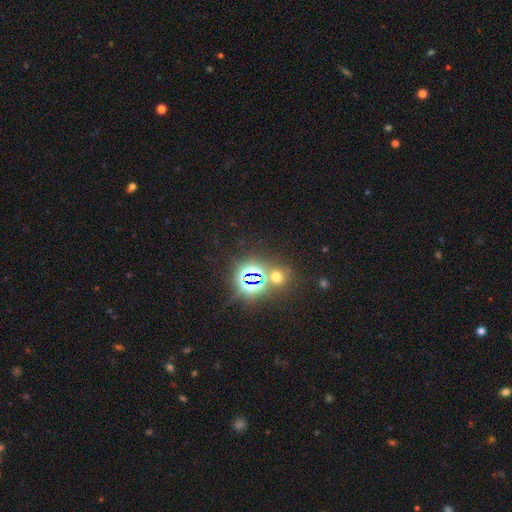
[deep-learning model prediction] smooth-or-featured: star or artifact: 67% | smooth: 25% | featured or disk: 8%